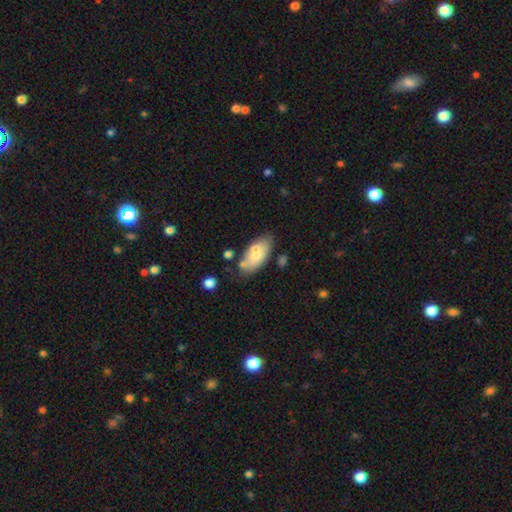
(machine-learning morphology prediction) This is likely a smooth galaxy (68%). How rounded: clearly in between (89%). Merging: likely none (67%).